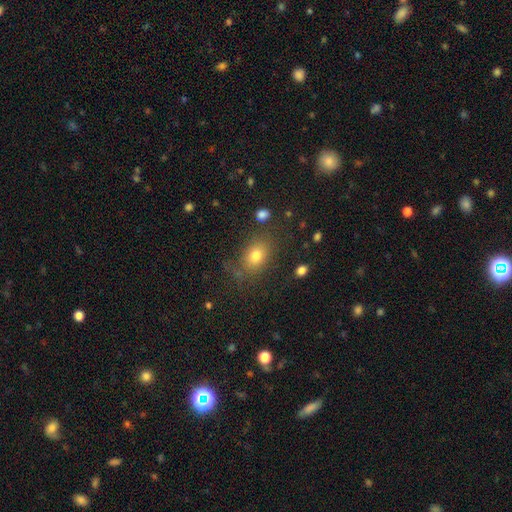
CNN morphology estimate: Q: Smooth or featured?
A: smooth (76%); runner-up: star or artifact (12%)
Q: How rounded?
A: in between (68%); runner-up: round (31%)
Q: Merging?
A: none (73%); runner-up: minor disturbance (16%)